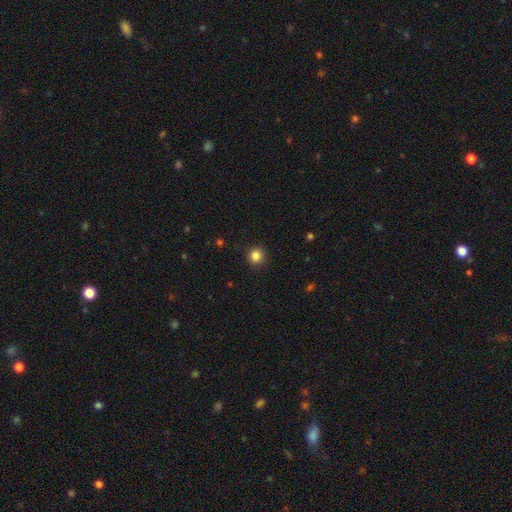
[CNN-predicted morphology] This is clearly a smooth galaxy (85%). How rounded: clearly round (94%). Merging: clearly none (92%).